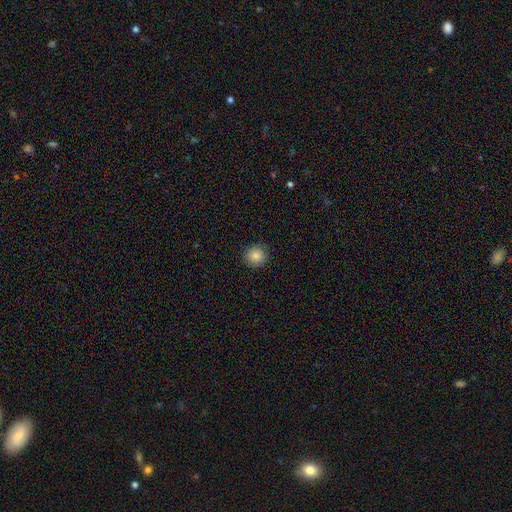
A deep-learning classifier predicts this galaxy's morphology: Q: Smooth or featured?
A: smooth (85%); runner-up: star or artifact (10%)
Q: How rounded?
A: round (91%); runner-up: in between (8%)
Q: Merging?
A: none (89%); runner-up: minor disturbance (8%)